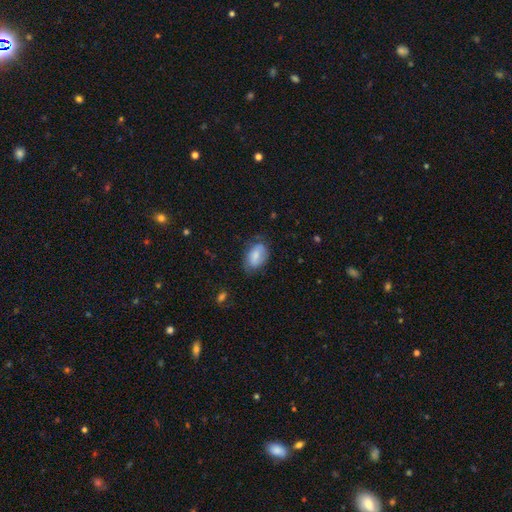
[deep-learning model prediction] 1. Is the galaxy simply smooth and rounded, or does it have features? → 69% smooth, 24% featured or disk, 7% star or artifact.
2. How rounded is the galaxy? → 89% in between, 10% round, 2% cigar-shaped.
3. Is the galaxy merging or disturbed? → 61% none, 28% minor disturbance, 9% major disturbance, 2% merger.